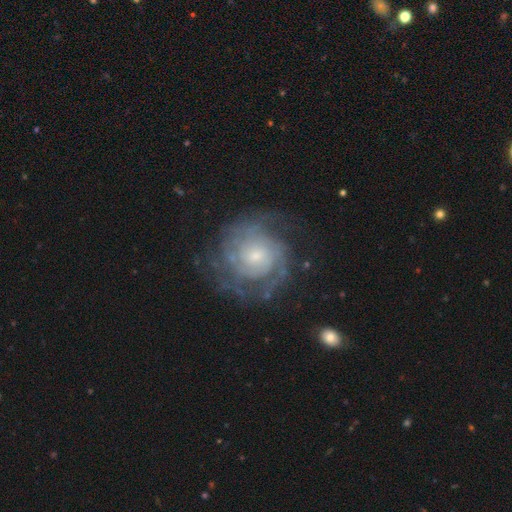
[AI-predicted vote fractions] Overall: featured or disk (85%). Edge-on disk: no (98%). Bar: no (70%). Spiral arms: yes (95%). Spiral arm count: can't tell (34%; 2 28%). Spiral winding: tight (66%; medium 27%). Bulge size: small (62%; moderate 30%). Merging: none (73%).